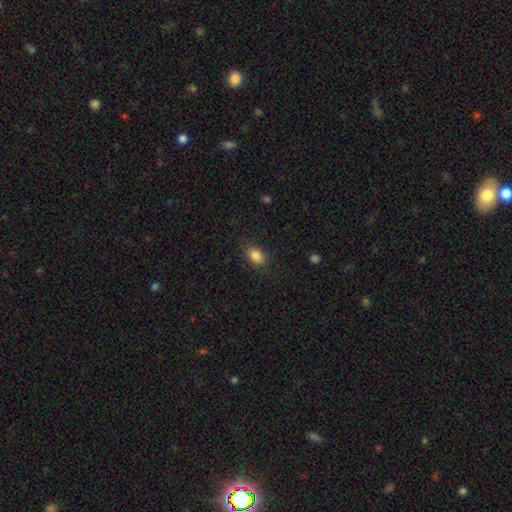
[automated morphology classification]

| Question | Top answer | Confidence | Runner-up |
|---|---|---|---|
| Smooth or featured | smooth | 84% | star or artifact (9%) |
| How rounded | in between | 79% | round (19%) |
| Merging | none | 83% | minor disturbance (13%) |